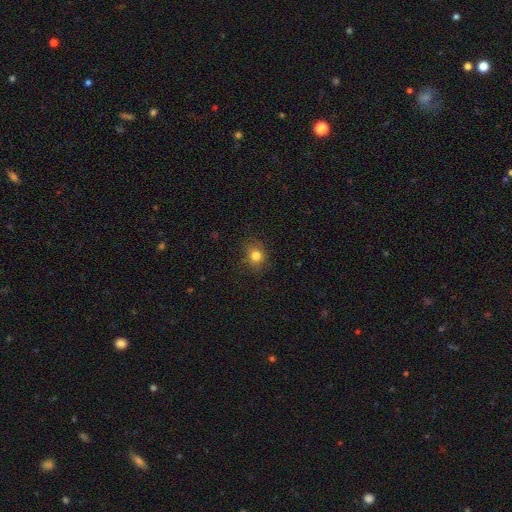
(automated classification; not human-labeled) A smooth galaxy with no disk features (80%) that is round (66%).

Vote fractions:
- Smooth or featured? smooth: 80% / star or artifact: 13% / featured or disk: 8%
- How rounded? round: 66% / in between: 33% / cigar-shaped: 1%
- Merging? none: 80% / minor disturbance: 15% / major disturbance: 4% / merger: 1%